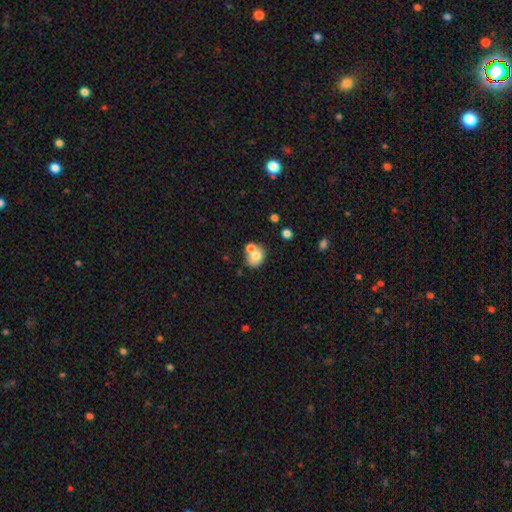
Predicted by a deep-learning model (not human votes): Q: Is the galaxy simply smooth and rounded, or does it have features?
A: smooth — 72%.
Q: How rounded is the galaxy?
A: round — 57%.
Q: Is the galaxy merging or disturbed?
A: none — 44%.